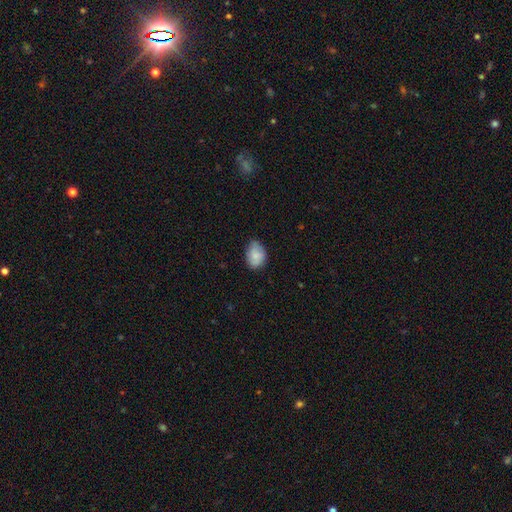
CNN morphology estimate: Smooth or featured?
  - smooth: 82% *
  - featured or disk: 11%
  - star or artifact: 7%
How rounded?
  - in between: 76% *
  - round: 23%
  - cigar-shaped: 1%
Merging?
  - none: 62% *
  - minor disturbance: 32%
  - major disturbance: 5%
  - merger: 1%